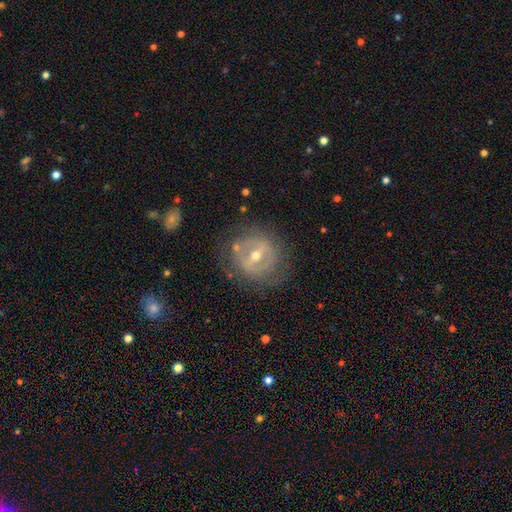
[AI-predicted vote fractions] Smooth or featured? Predicted: featured or disk (p=0.75). Edge-on disk? Predicted: no (p=0.94). Bar? Predicted: strong (p=0.49). Spiral arms? Predicted: no (p=0.57). Bulge size? Predicted: moderate (p=0.60). Merging? Predicted: none (p=0.72).